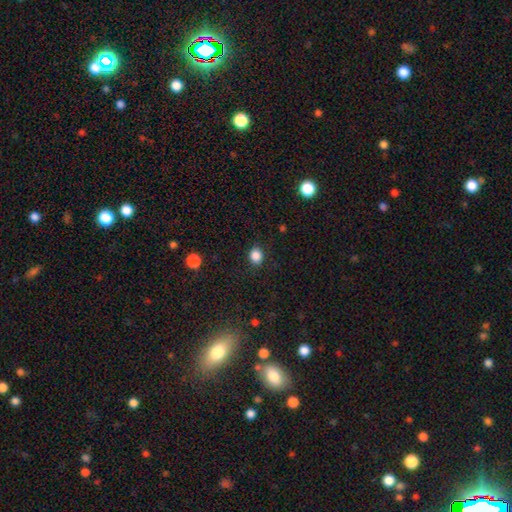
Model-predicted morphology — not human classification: This is clearly a smooth galaxy (86%). How rounded: likely round (64%). Merging: clearly none (86%).